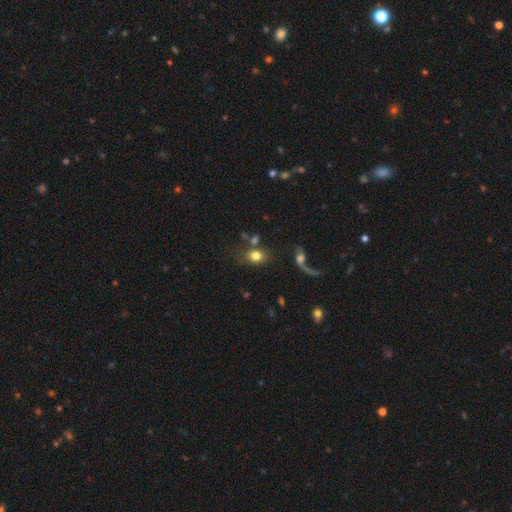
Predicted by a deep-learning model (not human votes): smooth-or-featured: smooth: 76% | featured or disk: 14% | star or artifact: 10%
  how-rounded: in between: 54% | round: 44% | cigar-shaped: 2%
  merging: none: 59% | merger: 17% | minor disturbance: 14% | major disturbance: 11%